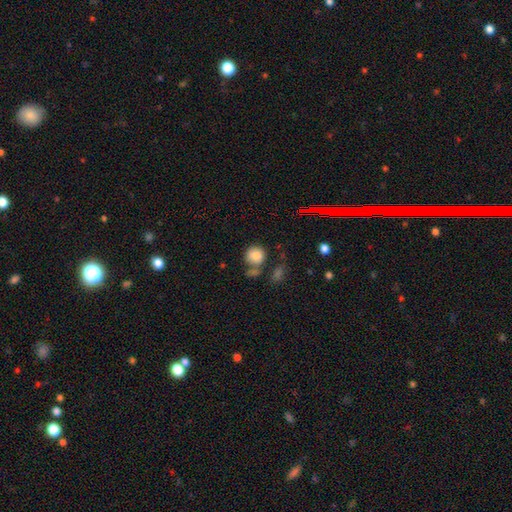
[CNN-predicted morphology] This appears to be a smooth galaxy with no disk features (83%) that is round (85%). Merging: none (58%).